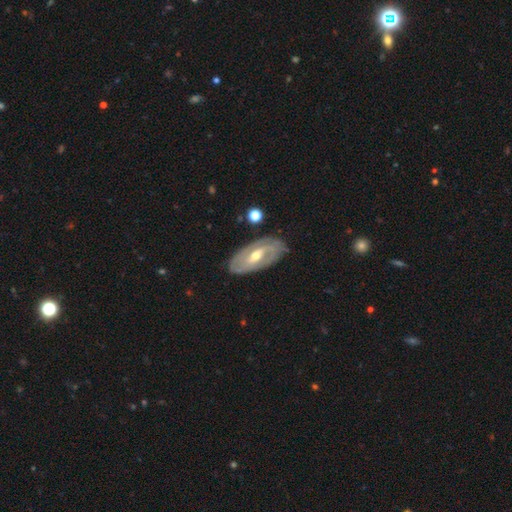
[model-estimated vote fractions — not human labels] A featured or disk galaxy (80%) with a weak bar (42%), 2 (56%) tight (62%) spiral arms (78%) and a moderate central bulge (66%). Merging: none (82%).